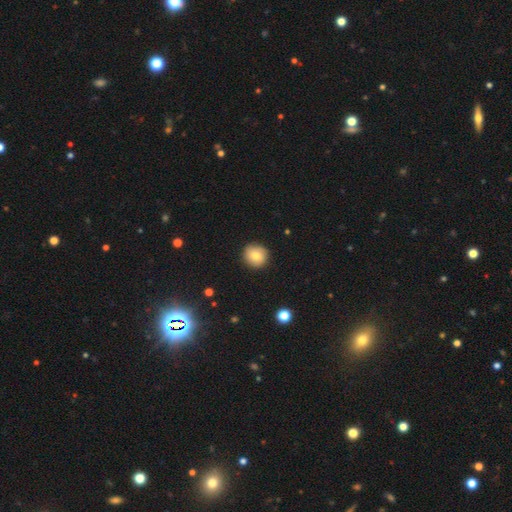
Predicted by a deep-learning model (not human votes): Smooth or featured: smooth — 79% (featured or disk — 12%)
How rounded: round — 91% (in between — 8%)
Merging: none — 90% (minor disturbance — 7%)